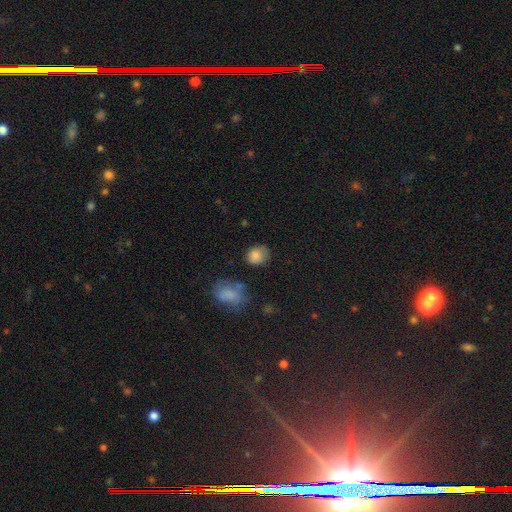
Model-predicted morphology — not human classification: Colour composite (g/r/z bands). It shows a smooth galaxy with no disk features (83%) that is round (60%). Merging: none (72%).